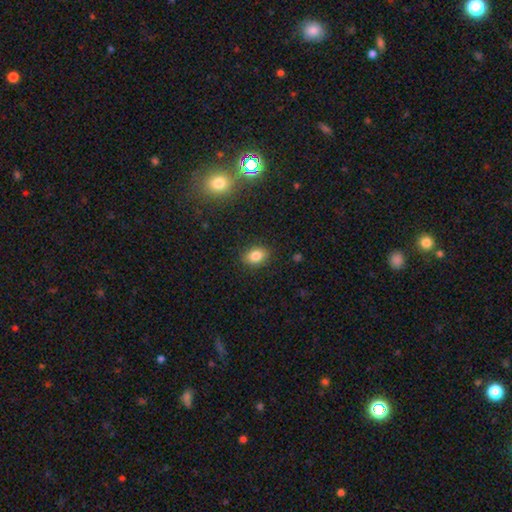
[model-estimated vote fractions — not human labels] This is clearly a smooth galaxy (83%). How rounded: likely in between (77%). Merging: clearly none (87%).